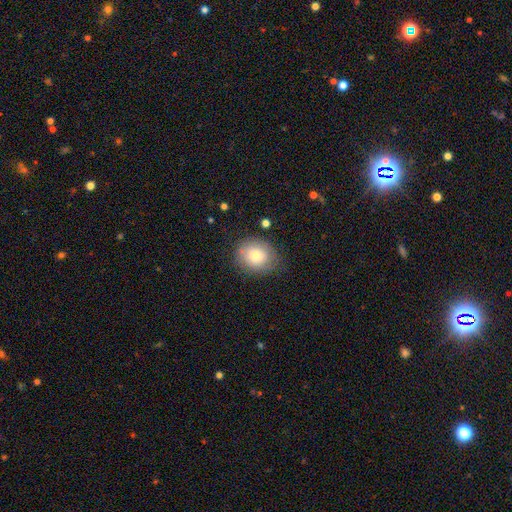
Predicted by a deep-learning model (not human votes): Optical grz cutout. It shows a smooth galaxy with no disk features (78%) that is round (69%). Merging: none (77%).